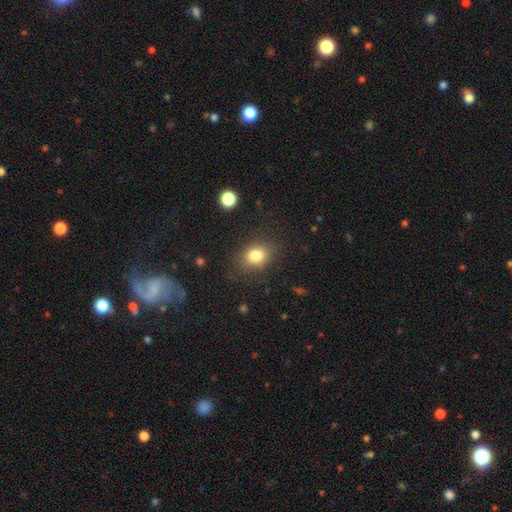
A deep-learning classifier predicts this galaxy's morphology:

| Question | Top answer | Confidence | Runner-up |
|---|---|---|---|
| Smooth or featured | smooth | 81% | star or artifact (11%) |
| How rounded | in between | 53% | round (46%) |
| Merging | none | 82% | minor disturbance (12%) |